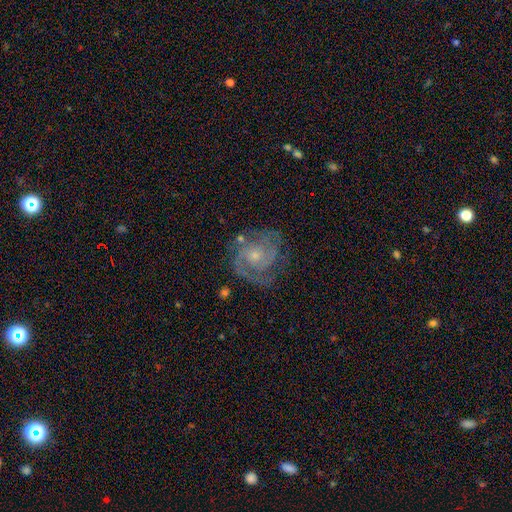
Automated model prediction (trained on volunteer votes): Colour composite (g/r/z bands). It shows a featured or disk galaxy (87%) with no bar (71%), 2 (61%) tight (53%) spiral arms (97%) and a small central bulge (65%). Merging: none (70%).